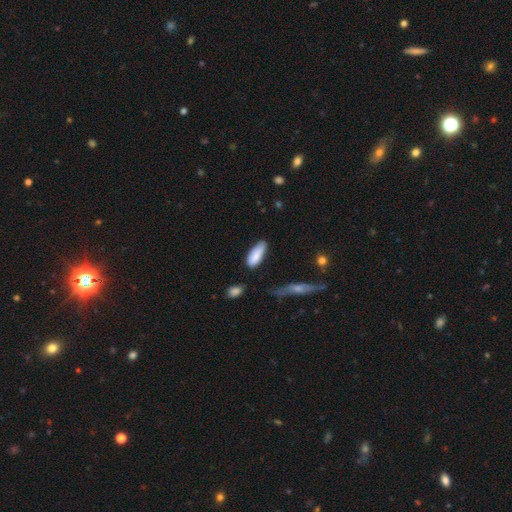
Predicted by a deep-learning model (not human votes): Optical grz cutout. It shows a smooth galaxy with no disk features (84%) that is in between round and cigar-shaped (74%). Merging: none (64%).